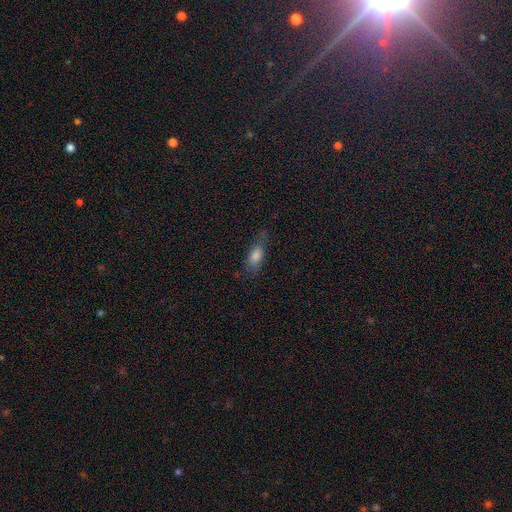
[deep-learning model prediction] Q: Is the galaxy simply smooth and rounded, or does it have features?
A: smooth — 76%.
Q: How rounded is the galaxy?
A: in between — 72%.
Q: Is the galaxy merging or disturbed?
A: none — 62%.